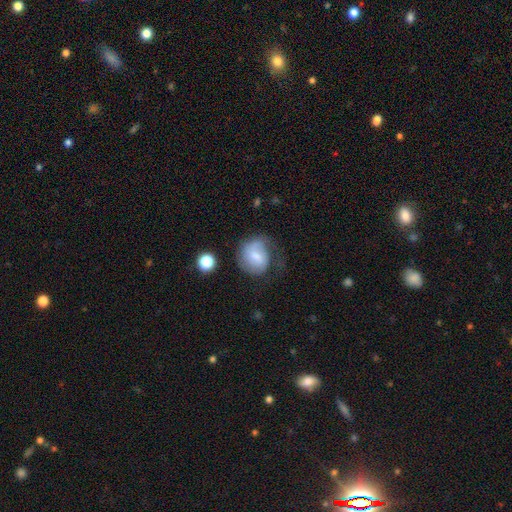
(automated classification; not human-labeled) smooth 52%, featured or disk 40%, star or artifact 8%. Down the decision tree: how rounded — round (66%); merging — none (44%).